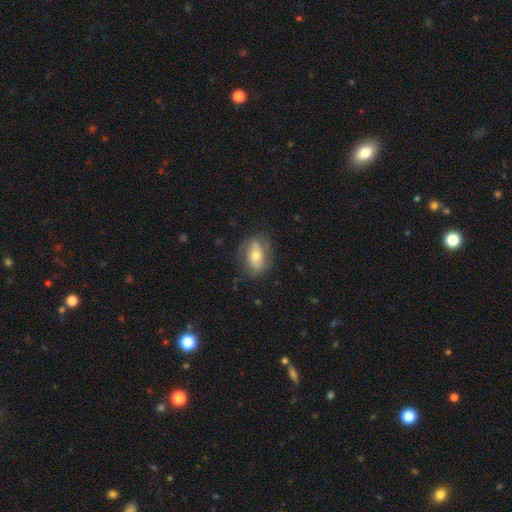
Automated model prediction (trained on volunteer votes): Smooth or featured: smooth — 56% (featured or disk — 37%)
How rounded: in between — 83% (round — 12%)
Merging: none — 71% (minor disturbance — 19%)